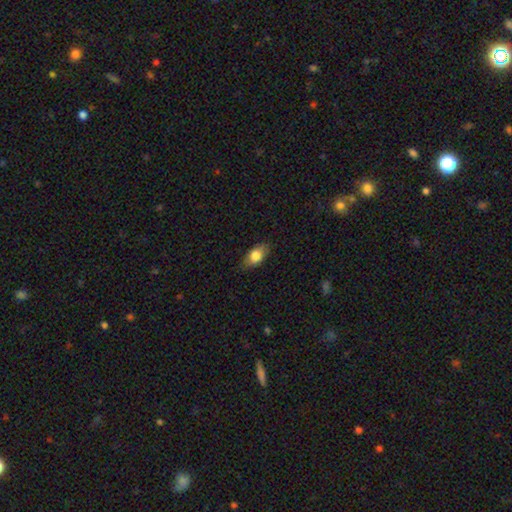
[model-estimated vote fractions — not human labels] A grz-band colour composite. It shows a smooth galaxy with no disk features (77%) that is in between round and cigar-shaped (86%). Merging: none (80%).